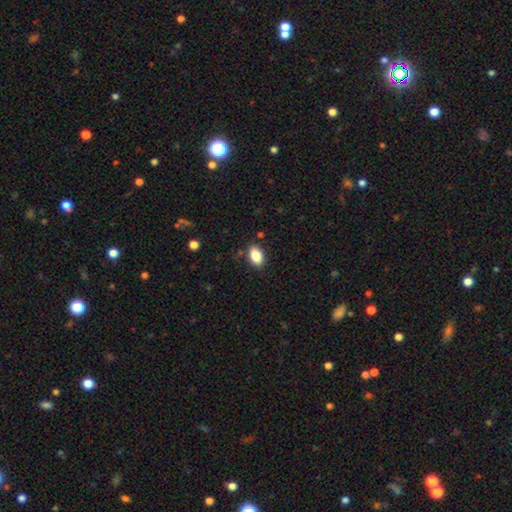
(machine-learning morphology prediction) smooth_or_featured: smooth (p=0.86) [alt: star or artifact p=0.08]
how_rounded: in between (p=0.90) [alt: round p=0.08]
merging: none (p=0.87) [alt: minor disturbance p=0.09]